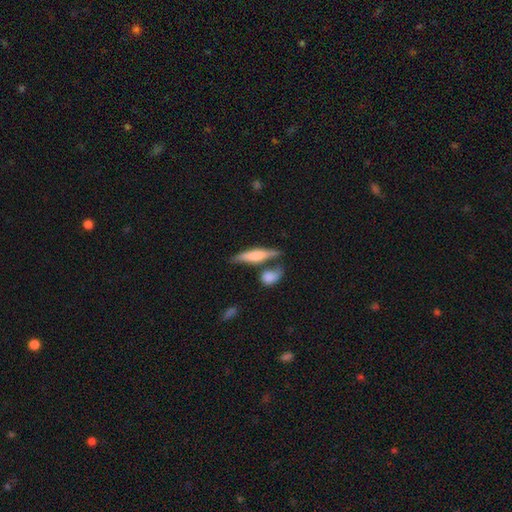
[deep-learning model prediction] This is possibly a smooth galaxy (50%). How rounded: likely cigar-shaped (71%). Merging: possibly none (55%).